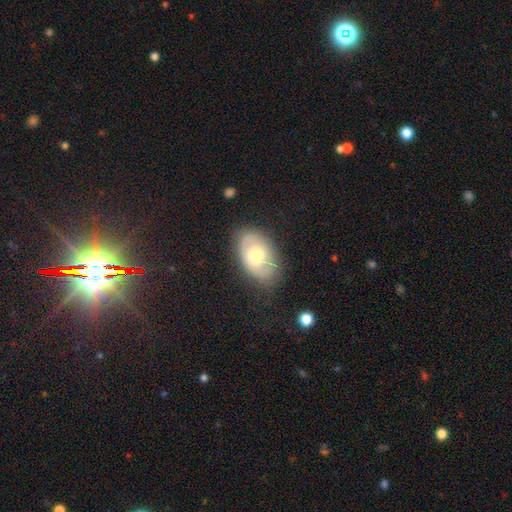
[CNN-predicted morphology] This appears to be a smooth galaxy with no disk features (53%) that is in between round and cigar-shaped (89%). Merging: none (74%).